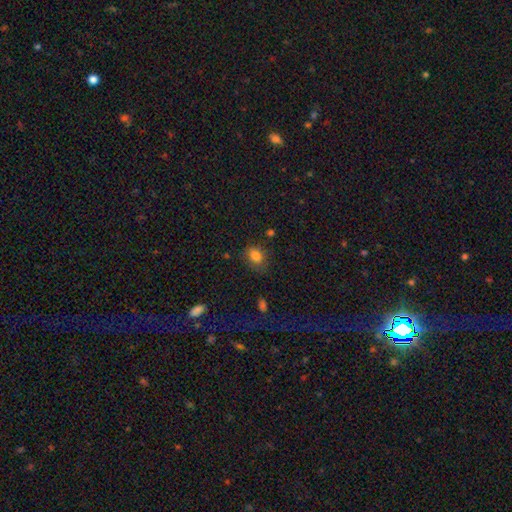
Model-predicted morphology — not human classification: Smooth or featured? Predicted: smooth (p=0.81). How rounded? Predicted: in between (p=0.51). Merging? Predicted: none (p=0.75).